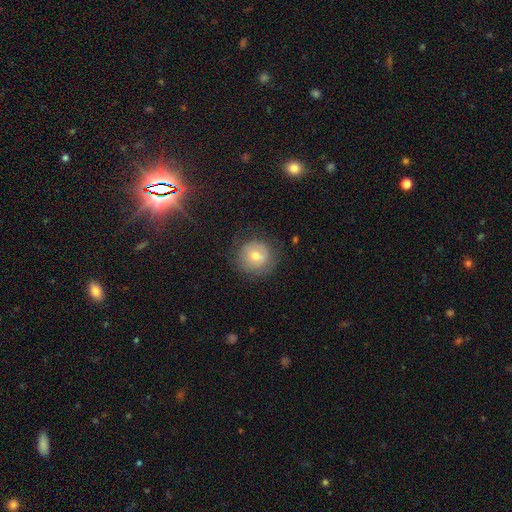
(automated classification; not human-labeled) Smooth or featured?
  - smooth: 62% *
  - featured or disk: 28%
  - star or artifact: 10%
How rounded?
  - round: 90% *
  - in between: 9%
  - cigar-shaped: 1%
Merging?
  - none: 73% *
  - minor disturbance: 17%
  - major disturbance: 8%
  - merger: 2%